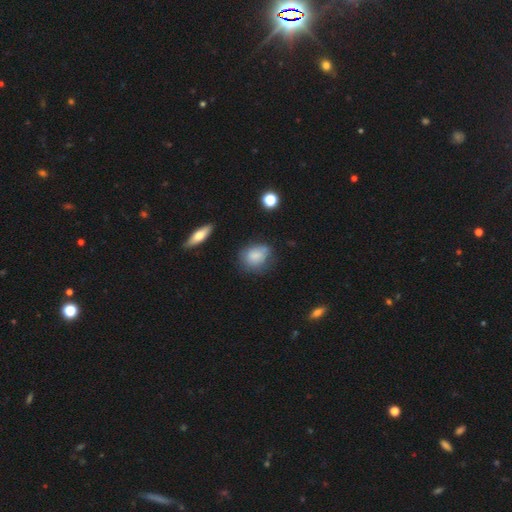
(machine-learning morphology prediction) type=smooth (78%); roundness=in between (50%); merging=none (57%).